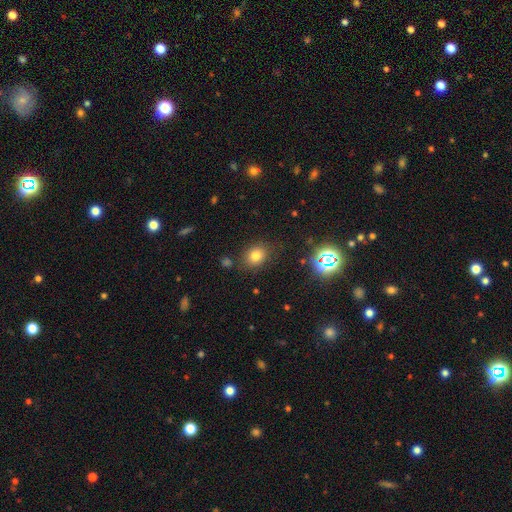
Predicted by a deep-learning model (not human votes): Morphology: type=smooth (77%); roundness=round (50%); merging=none (81%).